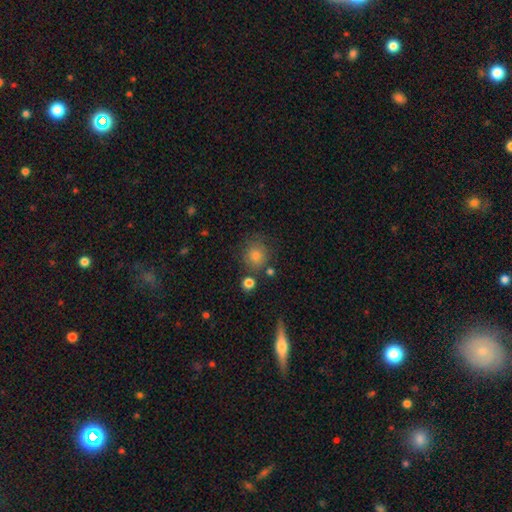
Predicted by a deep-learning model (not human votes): A smooth galaxy with no disk features (73%) that is round (84%).

Vote fractions:
- Smooth or featured? smooth: 73% / star or artifact: 15% / featured or disk: 12%
- How rounded? round: 84% / in between: 15% / cigar-shaped: 2%
- Merging? none: 75% / minor disturbance: 13% / merger: 7% / major disturbance: 5%